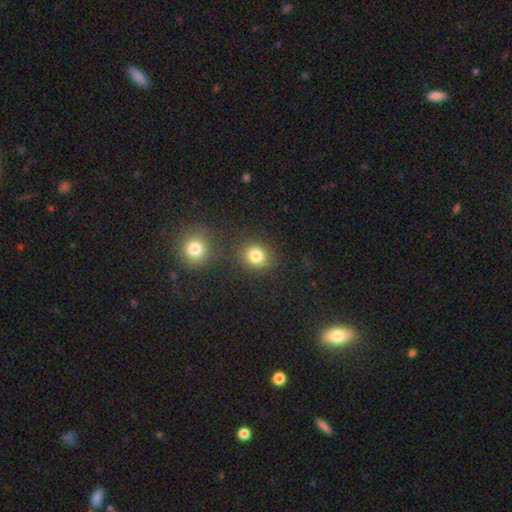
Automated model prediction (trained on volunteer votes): Q: Smooth or featured?
A: smooth (81%); runner-up: star or artifact (13%)
Q: How rounded?
A: round (75%); runner-up: in between (24%)
Q: Merging?
A: none (76%); runner-up: merger (11%)